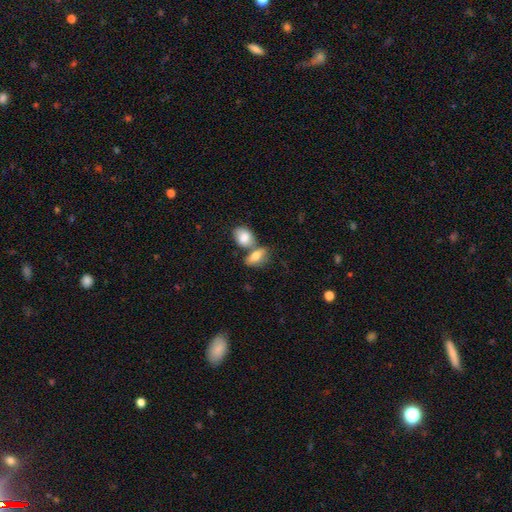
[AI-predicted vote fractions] The model was most divided on "merging": merger: 45%, none: 39%, minor disturbance: 11%, major disturbance: 4%. More confident: how rounded — in between (84%); smooth or featured — smooth (76%).